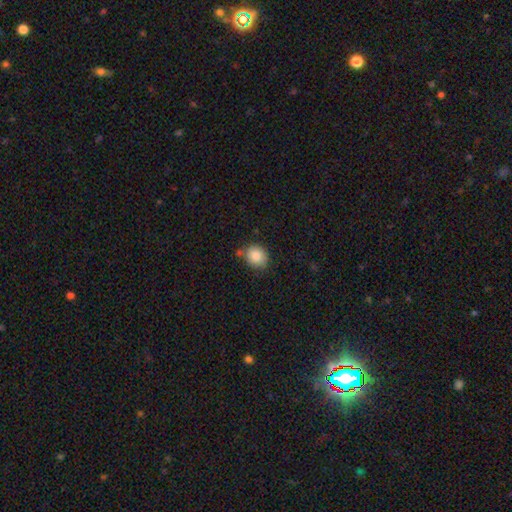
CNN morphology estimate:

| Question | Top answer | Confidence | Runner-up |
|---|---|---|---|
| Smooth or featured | smooth | 84% | star or artifact (9%) |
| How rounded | round | 71% | in between (29%) |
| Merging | none | 73% | minor disturbance (16%) |